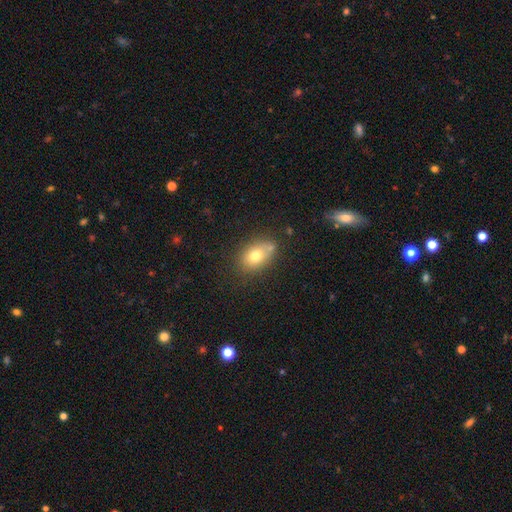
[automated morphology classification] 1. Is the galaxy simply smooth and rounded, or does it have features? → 73% smooth, 16% featured or disk, 11% star or artifact.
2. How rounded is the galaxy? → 75% in between, 24% round, 2% cigar-shaped.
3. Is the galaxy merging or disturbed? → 66% none, 18% minor disturbance, 11% merger, 5% major disturbance.